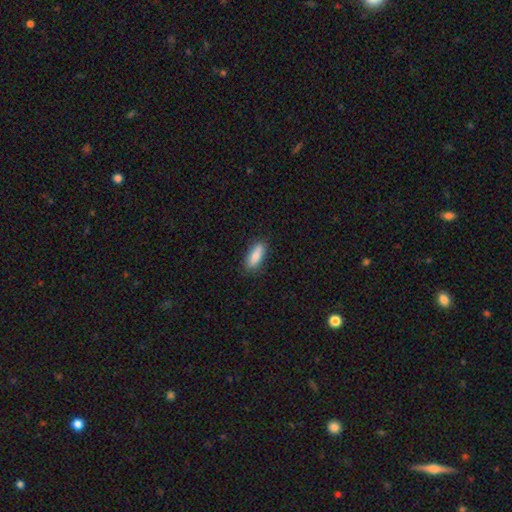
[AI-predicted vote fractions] The model was most divided on "how rounded": in between: 64%, cigar-shaped: 34%, round: 2%. More confident: smooth or featured — smooth (85%); merging — none (84%).